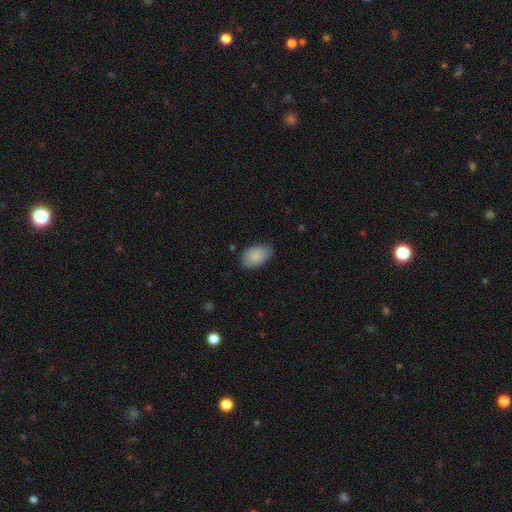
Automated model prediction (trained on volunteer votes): Overall: smooth (86%). How rounded: in between (90%). Merging: none (70%).